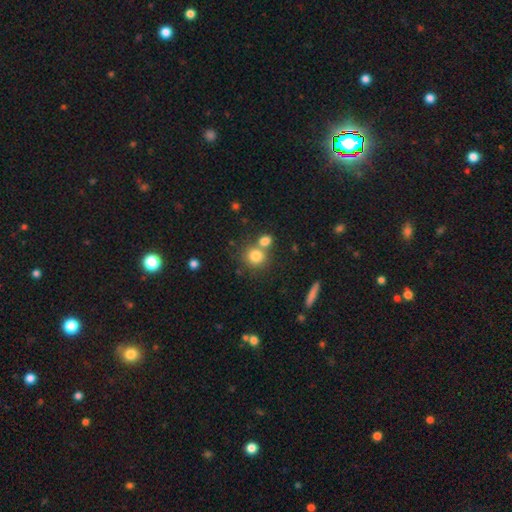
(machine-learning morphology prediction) This is likely a smooth galaxy (79%). How rounded: clearly round (86%). Merging: possibly none (54%).